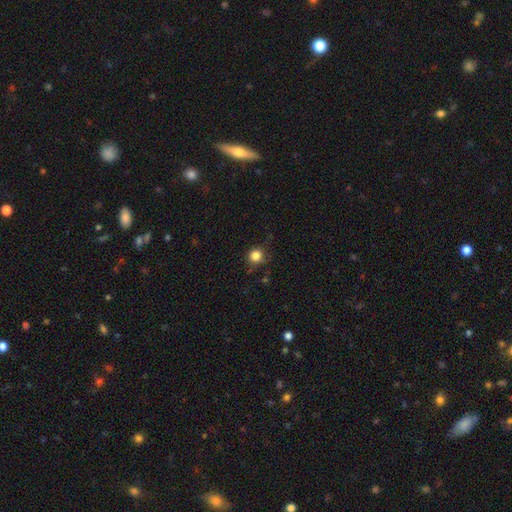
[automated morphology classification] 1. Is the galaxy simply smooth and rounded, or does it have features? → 84% smooth, 12% star or artifact, 5% featured or disk.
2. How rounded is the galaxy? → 91% round, 8% in between, 1% cigar-shaped.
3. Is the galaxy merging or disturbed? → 79% none, 16% minor disturbance, 4% major disturbance, 2% merger.